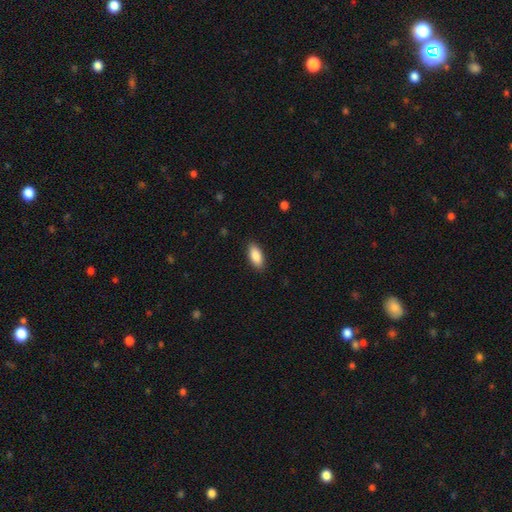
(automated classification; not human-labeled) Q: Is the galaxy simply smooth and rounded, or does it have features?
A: smooth — 87%.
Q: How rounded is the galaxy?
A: in between — 89%.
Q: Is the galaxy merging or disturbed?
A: none — 88%.